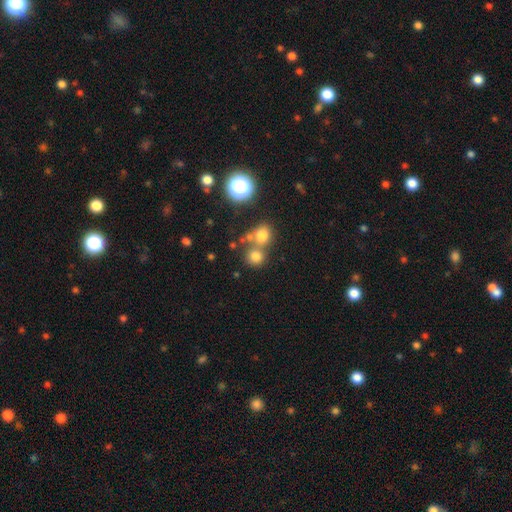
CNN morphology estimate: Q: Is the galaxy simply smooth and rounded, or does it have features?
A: smooth — 73%.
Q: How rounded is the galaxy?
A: round — 83%.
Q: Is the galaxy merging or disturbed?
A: none — 54%.